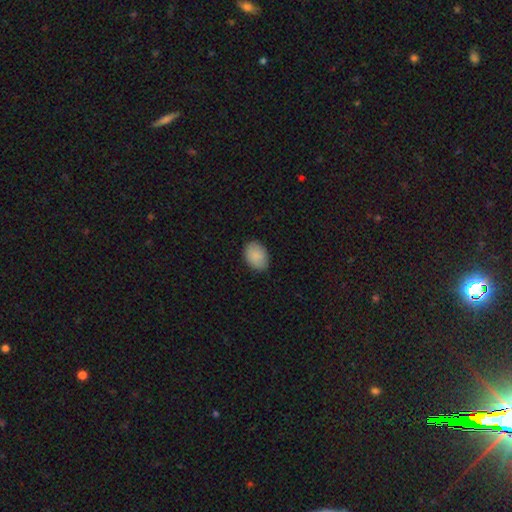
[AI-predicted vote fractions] The model was most divided on "how rounded": in between: 75%, round: 24%, cigar-shaped: 1%. More confident: smooth or featured — smooth (89%); merging — none (85%).